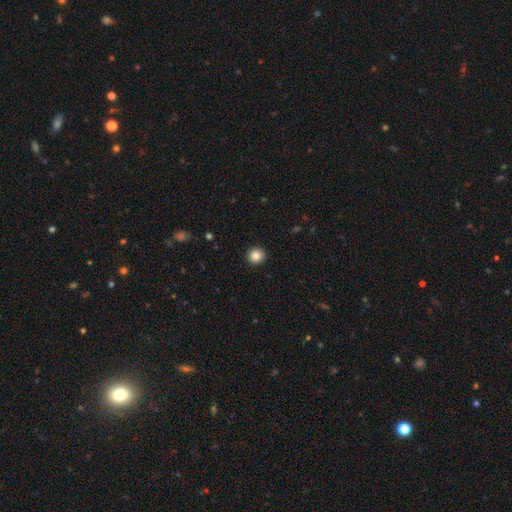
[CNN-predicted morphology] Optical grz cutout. It shows a smooth galaxy with no disk features (85%) that is round (94%). Merging: none (93%).